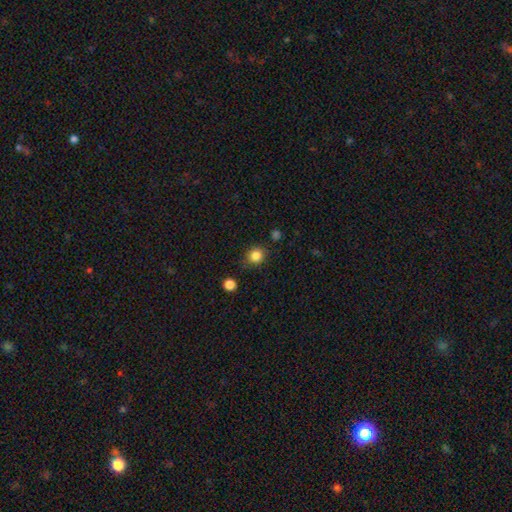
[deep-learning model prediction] A smooth galaxy with no disk features (84%) that is round (84%). Merging: none (84%).